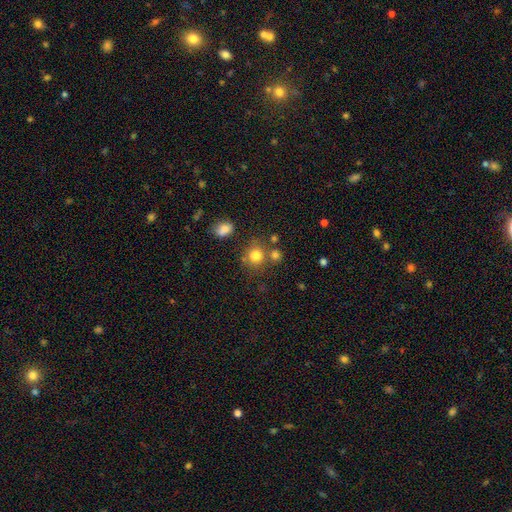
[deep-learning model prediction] Overall: smooth (79%). How rounded: round (85%). Merging: none (69%).